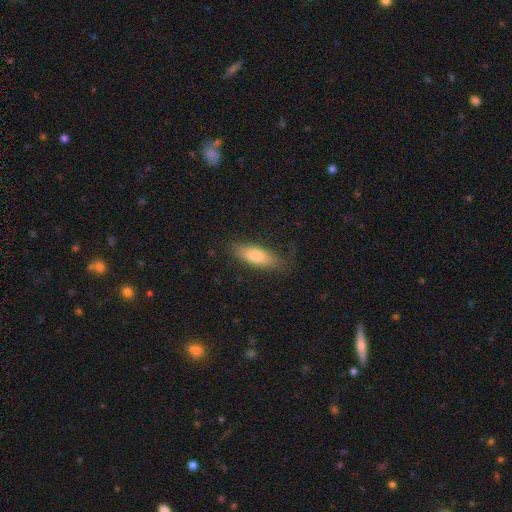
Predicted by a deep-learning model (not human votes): Q: Smooth or featured?
A: smooth (77%); runner-up: featured or disk (16%)
Q: How rounded?
A: in between (62%); runner-up: cigar-shaped (36%)
Q: Merging?
A: none (77%); runner-up: minor disturbance (17%)